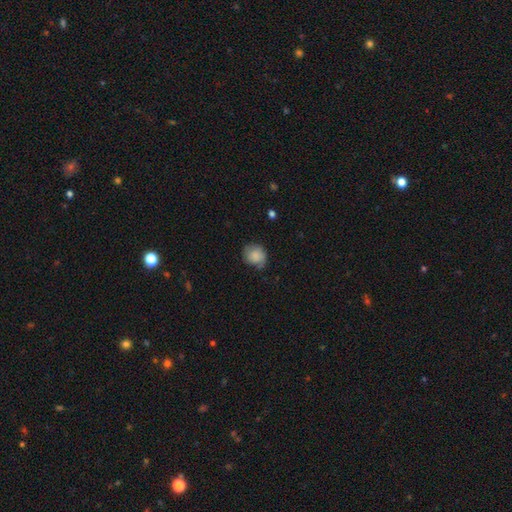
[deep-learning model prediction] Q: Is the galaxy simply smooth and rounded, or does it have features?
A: smooth — 77%.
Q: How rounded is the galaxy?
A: round — 75%.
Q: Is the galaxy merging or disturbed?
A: none — 63%.